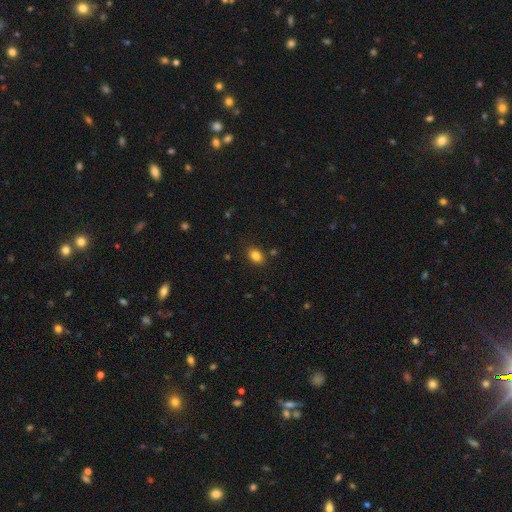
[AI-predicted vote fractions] smooth_or_featured: smooth (p=0.83) [alt: star or artifact p=0.11]
how_rounded: in between (p=0.68) [alt: round p=0.31]
merging: none (p=0.85) [alt: minor disturbance p=0.10]